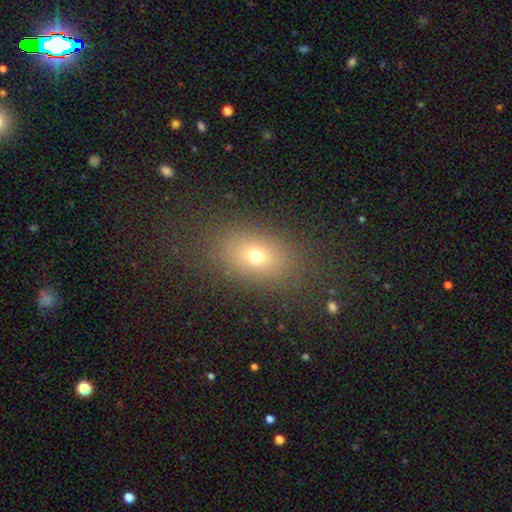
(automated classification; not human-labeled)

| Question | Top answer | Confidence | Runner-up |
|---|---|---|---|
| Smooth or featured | smooth | 68% | featured or disk (16%) |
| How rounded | in between | 77% | round (20%) |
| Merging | none | 81% | minor disturbance (10%) |